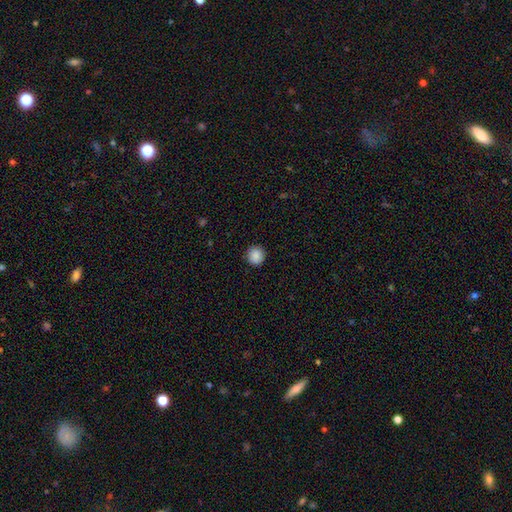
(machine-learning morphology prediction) Smooth or featured? Predicted: smooth (p=0.88). How rounded? Predicted: round (p=0.93). Merging? Predicted: none (p=0.91).